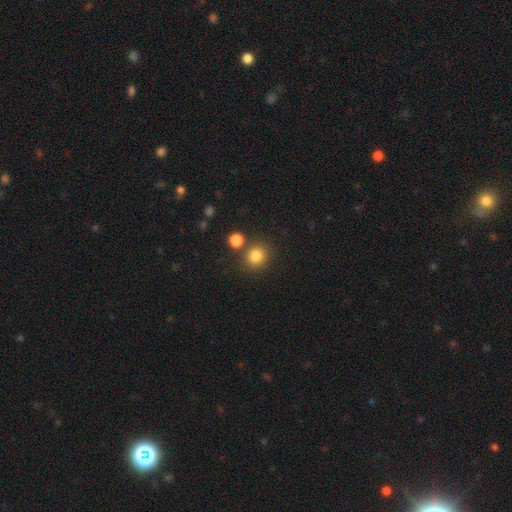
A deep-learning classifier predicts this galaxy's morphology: Smooth or featured?
  - smooth: 83% *
  - star or artifact: 12%
  - featured or disk: 5%
How rounded?
  - round: 85% *
  - in between: 14%
  - cigar-shaped: 1%
Merging?
  - none: 76% *
  - merger: 12%
  - minor disturbance: 9%
  - major disturbance: 3%